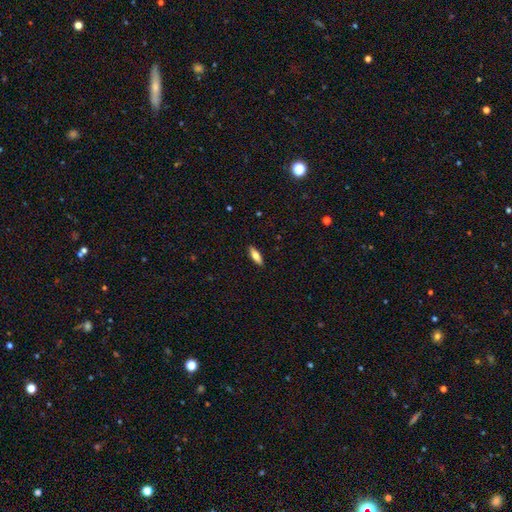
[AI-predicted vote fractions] This appears to be a smooth galaxy with no disk features (65%) that is in between round and cigar-shaped (52%). Merging: none (90%).